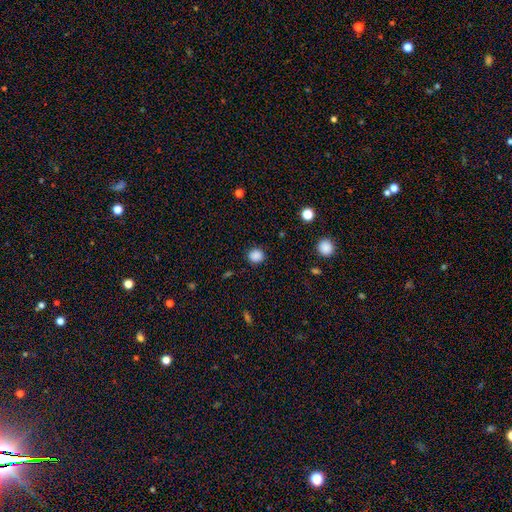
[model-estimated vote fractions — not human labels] Smooth or featured? Predicted: smooth (p=0.87). How rounded? Predicted: round (p=0.84). Merging? Predicted: none (p=0.90).